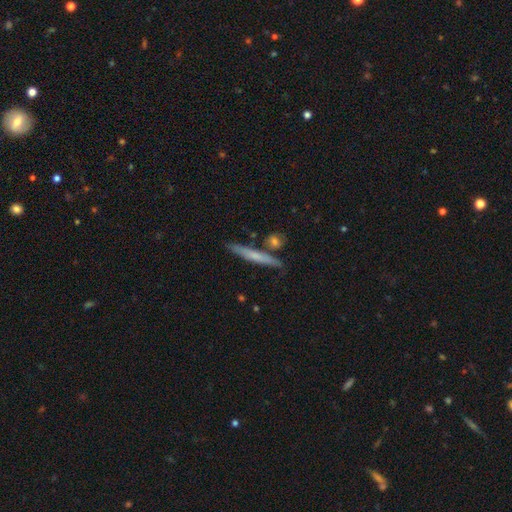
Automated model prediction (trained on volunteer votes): Smooth or featured? Predicted: smooth (p=0.53). How rounded? Predicted: cigar-shaped (p=0.94). Merging? Predicted: none (p=0.81).